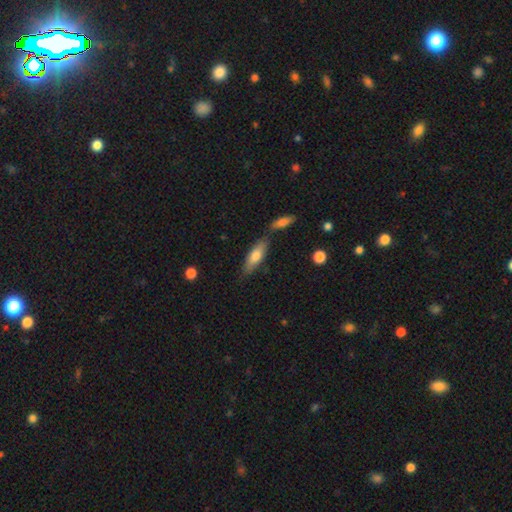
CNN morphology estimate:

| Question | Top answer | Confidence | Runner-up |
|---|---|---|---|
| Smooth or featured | smooth | 71% | featured or disk (23%) |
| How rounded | in between | 53% | cigar-shaped (45%) |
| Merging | none | 64% | merger (18%) |